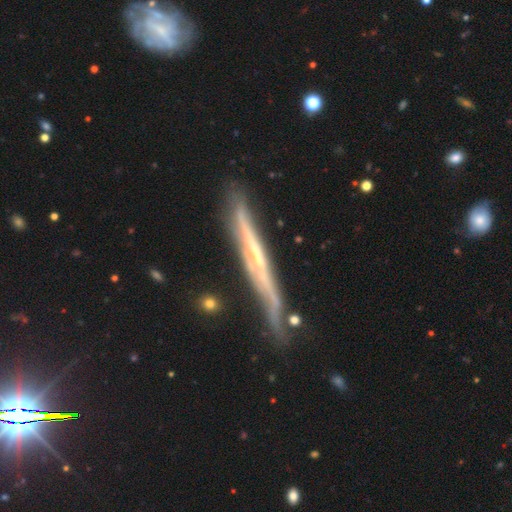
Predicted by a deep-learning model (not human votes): featured or disk 76%, smooth 18%, star or artifact 6%. Down the decision tree: edge-on disk — yes (90%); edge-on bulge — none (70%); merging — none (67%).